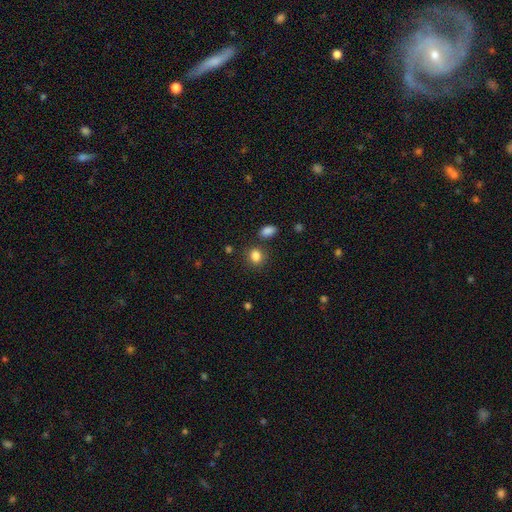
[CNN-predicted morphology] The model was most divided on "how rounded": round: 50%, in between: 48%, cigar-shaped: 1%. More confident: smooth or featured — smooth (85%); merging — none (77%).